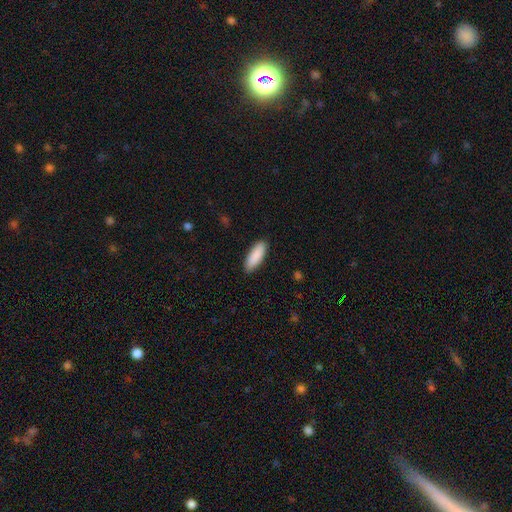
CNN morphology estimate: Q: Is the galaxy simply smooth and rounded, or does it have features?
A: smooth — 90%.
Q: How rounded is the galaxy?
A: in between — 64%.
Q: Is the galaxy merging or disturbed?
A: none — 89%.